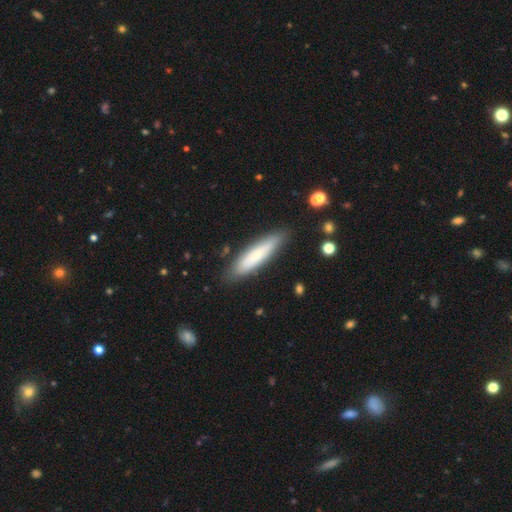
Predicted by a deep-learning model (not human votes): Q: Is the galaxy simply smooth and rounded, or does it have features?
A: smooth — 74%.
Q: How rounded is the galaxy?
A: cigar-shaped — 79%.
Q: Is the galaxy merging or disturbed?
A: none — 84%.